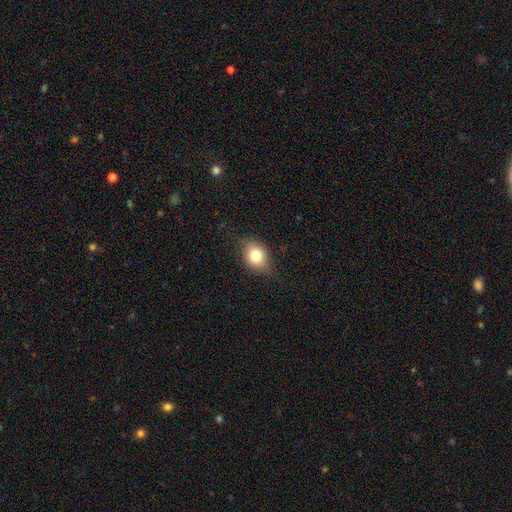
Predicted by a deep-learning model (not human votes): This is likely a smooth galaxy (75%). How rounded: possibly in between (59%). Merging: likely none (73%).